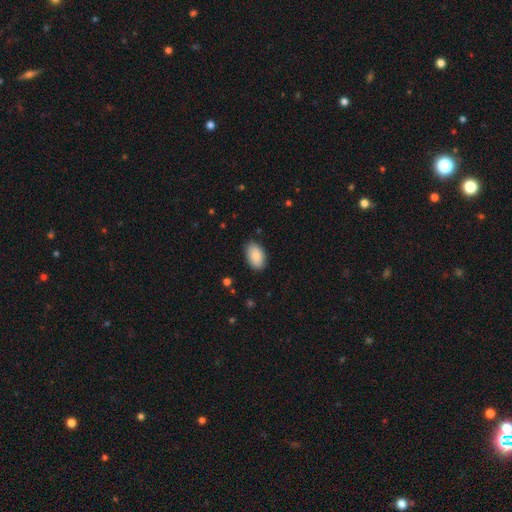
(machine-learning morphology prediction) Q: Smooth or featured?
A: smooth (87%); runner-up: featured or disk (7%)
Q: How rounded?
A: in between (92%); runner-up: round (7%)
Q: Merging?
A: none (85%); runner-up: minor disturbance (11%)